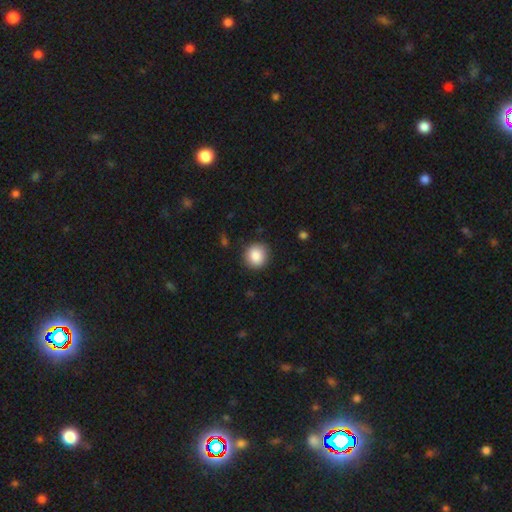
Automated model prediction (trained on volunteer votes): The model was most divided on "smooth or featured": smooth: 87%, star or artifact: 8%, featured or disk: 5%. More confident: how rounded — round (90%); merging — none (88%).